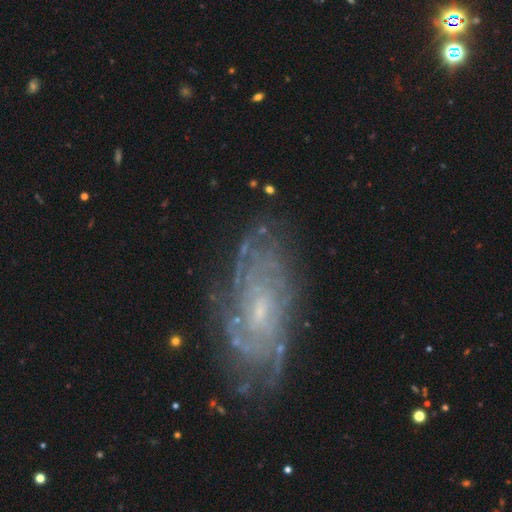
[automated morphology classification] Q: Smooth or featured?
A: featured or disk (84%); runner-up: smooth (9%)
Q: Edge-on disk?
A: no (94%); runner-up: yes (6%)
Q: Bar?
A: no (52%); runner-up: weak (40%)
Q: Spiral arms?
A: yes (91%); runner-up: no (9%)
Q: Spiral winding?
A: tight (68%); runner-up: medium (25%)
Q: Spiral arm count?
A: can't tell (51%); runner-up: 4 (12%)
Q: Bulge size?
A: small (70%); runner-up: moderate (20%)
Q: Merging?
A: none (74%); runner-up: minor disturbance (17%)